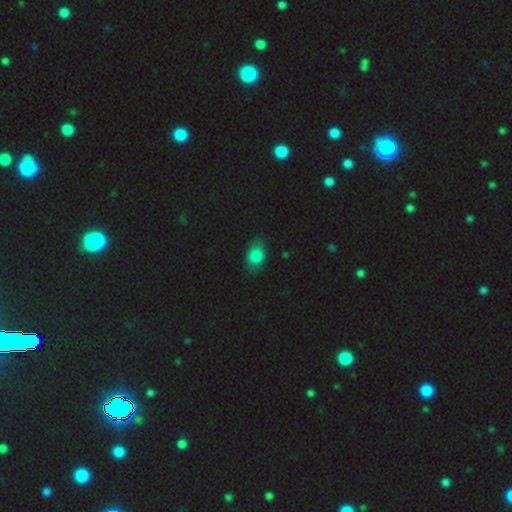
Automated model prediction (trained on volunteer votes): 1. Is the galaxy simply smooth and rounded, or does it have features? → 81% smooth, 11% star or artifact, 8% featured or disk.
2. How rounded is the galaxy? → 74% in between, 25% round, 2% cigar-shaped.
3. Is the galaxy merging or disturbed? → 75% none, 19% minor disturbance, 4% major disturbance, 1% merger.